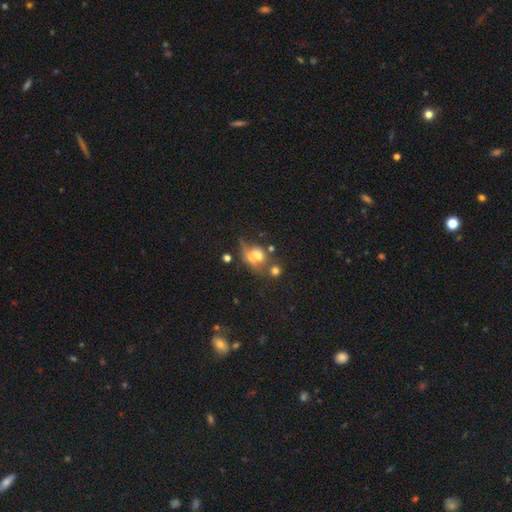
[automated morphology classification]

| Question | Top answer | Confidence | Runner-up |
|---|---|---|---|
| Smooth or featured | smooth | 46% | featured or disk (33%) |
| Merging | merger | 39% | none (26%) |